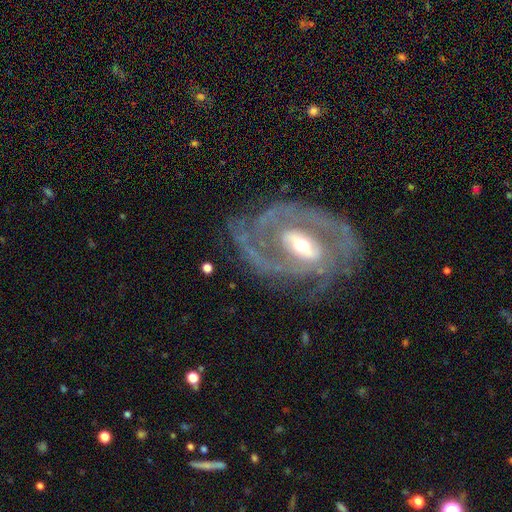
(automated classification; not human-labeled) A featured or disk galaxy (88%) with a strong bar (43%), 2 (59%) tight (53%) spiral arms (92%) and a moderate central bulge (59%). Merging: none (70%).